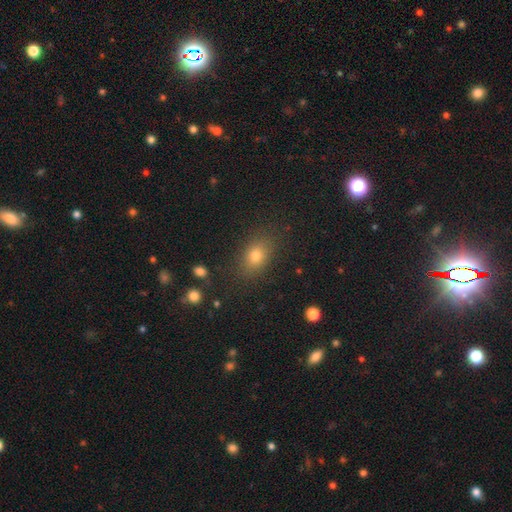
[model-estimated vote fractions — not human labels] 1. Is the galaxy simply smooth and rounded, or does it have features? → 75% smooth, 14% star or artifact, 11% featured or disk.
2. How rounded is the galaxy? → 75% in between, 23% round, 3% cigar-shaped.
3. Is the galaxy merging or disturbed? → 83% none, 12% minor disturbance, 4% major disturbance, 2% merger.